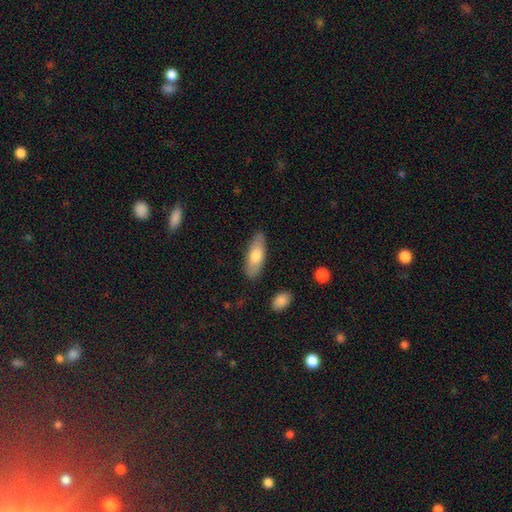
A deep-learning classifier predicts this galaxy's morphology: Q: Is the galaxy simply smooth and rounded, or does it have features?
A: smooth — 72%.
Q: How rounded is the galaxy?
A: in between — 71%.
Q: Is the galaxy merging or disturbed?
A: none — 85%.